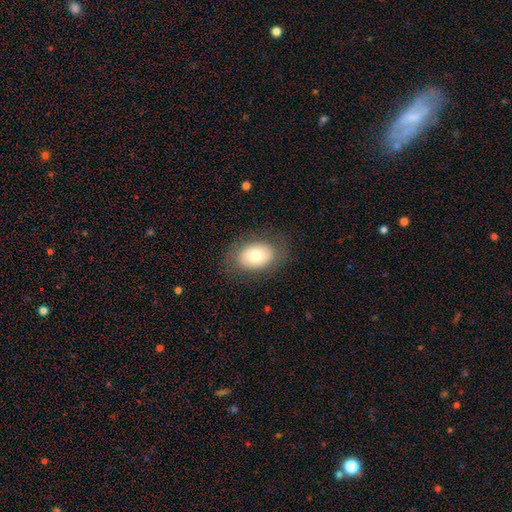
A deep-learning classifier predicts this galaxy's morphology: smooth_or_featured: smooth (p=0.73) [alt: featured or disk p=0.19]
how_rounded: in between (p=0.81) [alt: round p=0.18]
merging: none (p=0.81) [alt: minor disturbance p=0.13]